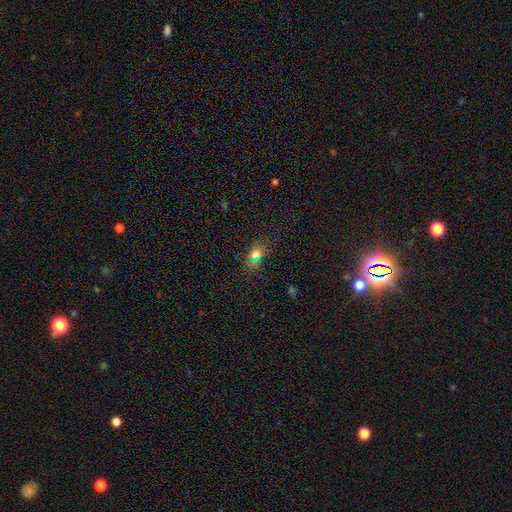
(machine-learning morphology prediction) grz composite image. It shows a smooth galaxy with no disk features (66%) that is in between round and cigar-shaped (70%). Merging: none (81%).